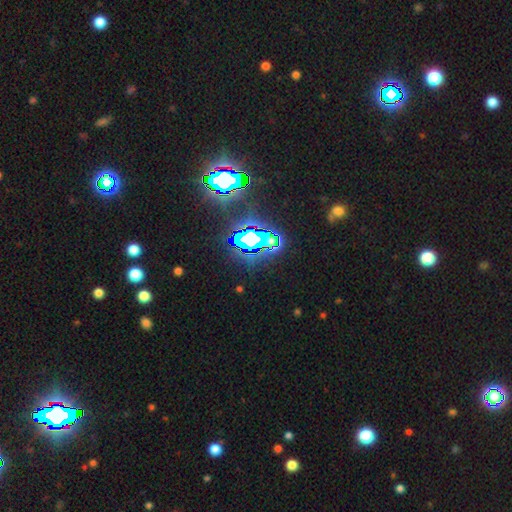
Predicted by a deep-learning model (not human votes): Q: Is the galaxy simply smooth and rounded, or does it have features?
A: star or artifact — 82%.